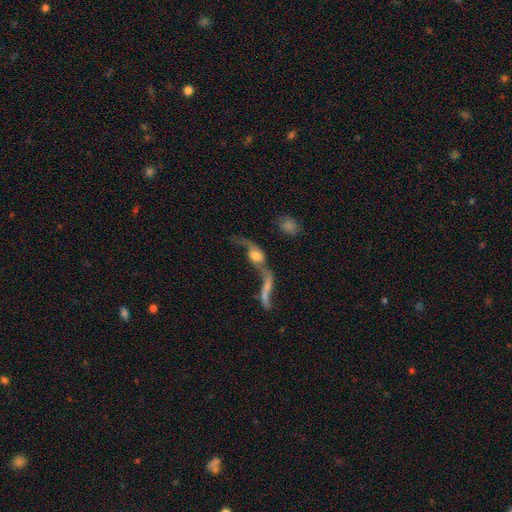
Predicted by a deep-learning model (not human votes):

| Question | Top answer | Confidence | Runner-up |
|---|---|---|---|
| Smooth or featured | featured or disk | 54% | smooth (35%) |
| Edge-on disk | no | 82% | yes (18%) |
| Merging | merger | 64% | major disturbance (17%) |